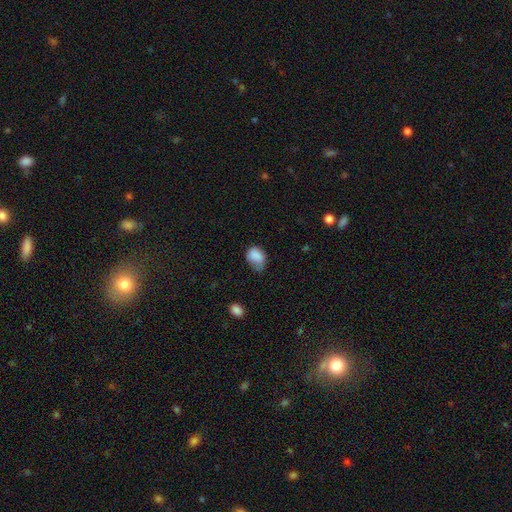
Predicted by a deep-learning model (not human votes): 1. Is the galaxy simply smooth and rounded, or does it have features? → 84% smooth, 9% star or artifact, 7% featured or disk.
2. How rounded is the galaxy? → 64% in between, 35% round, 1% cigar-shaped.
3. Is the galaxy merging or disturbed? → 42% minor disturbance, 37% none, 18% major disturbance, 3% merger.